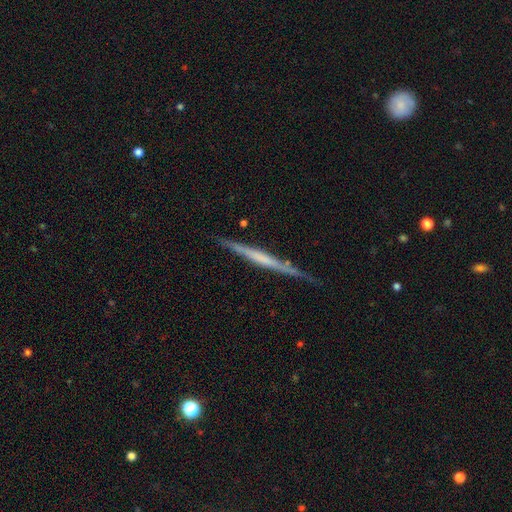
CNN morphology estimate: Smooth or featured?
  - featured or disk: 66% *
  - smooth: 29%
  - star or artifact: 5%
Edge-on disk?
  - yes: 97% *
  - no: 3%
Edge-on bulge?
  - none: 68% *
  - boxy: 17%
  - rounded: 15%
Merging?
  - none: 82% *
  - minor disturbance: 14%
  - major disturbance: 3%
  - merger: 2%